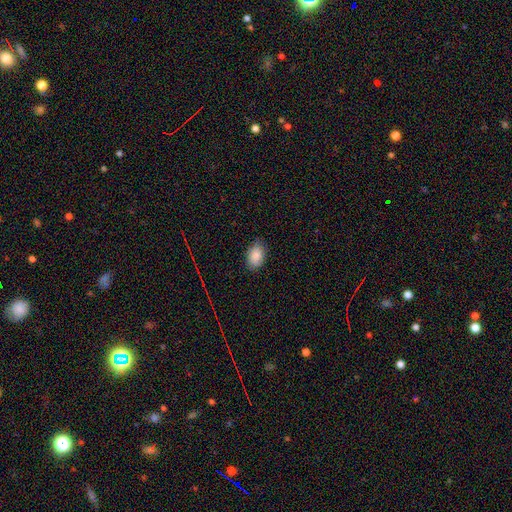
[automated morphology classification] This appears to be a smooth galaxy with no disk features (86%) that is in between round and cigar-shaped (87%). Merging: none (78%).